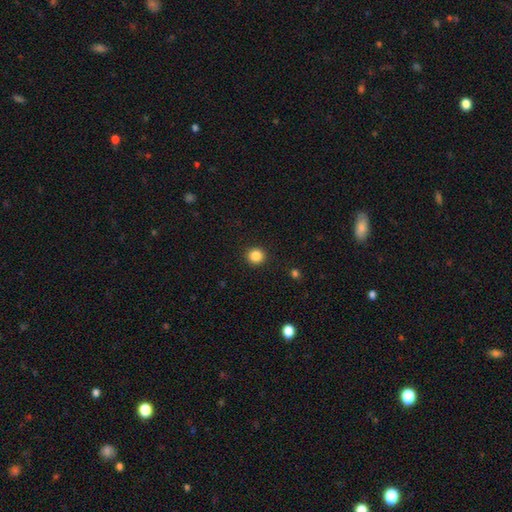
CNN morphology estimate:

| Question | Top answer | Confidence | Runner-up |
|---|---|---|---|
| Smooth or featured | smooth | 85% | star or artifact (11%) |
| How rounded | round | 92% | in between (7%) |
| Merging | none | 92% | minor disturbance (5%) |